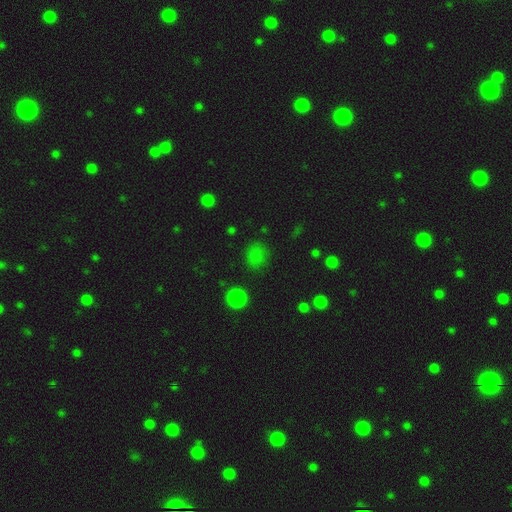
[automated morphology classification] Smooth or featured: smooth — 75% (star or artifact — 19%)
How rounded: round — 78% (in between — 21%)
Merging: none — 80% (minor disturbance — 13%)